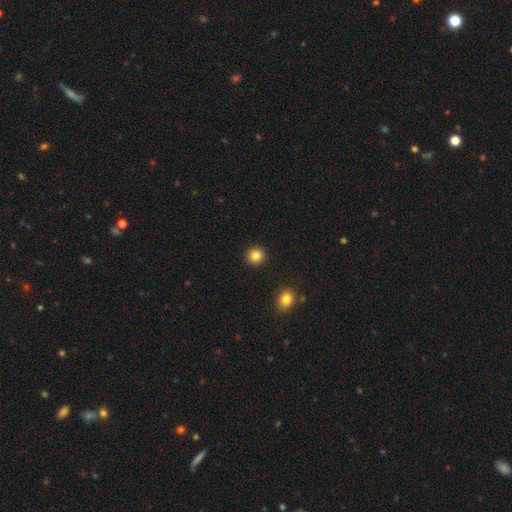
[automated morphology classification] Smooth or featured?
  - smooth: 84% *
  - star or artifact: 11%
  - featured or disk: 5%
How rounded?
  - round: 94% *
  - in between: 5%
  - cigar-shaped: 1%
Merging?
  - none: 92% *
  - minor disturbance: 4%
  - major disturbance: 2%
  - merger: 1%